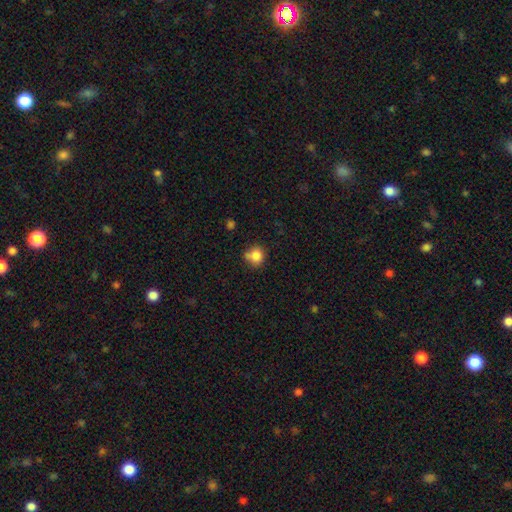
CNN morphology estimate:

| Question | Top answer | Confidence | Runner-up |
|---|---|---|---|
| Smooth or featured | smooth | 83% | star or artifact (10%) |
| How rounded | round | 82% | in between (17%) |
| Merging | none | 60% | minor disturbance (23%) |